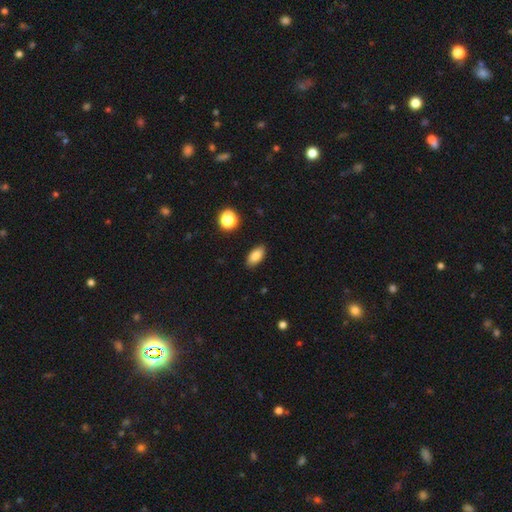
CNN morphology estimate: The model was most divided on "smooth or featured": smooth: 84%, star or artifact: 9%, featured or disk: 7%. More confident: how rounded — in between (90%); merging — none (88%).